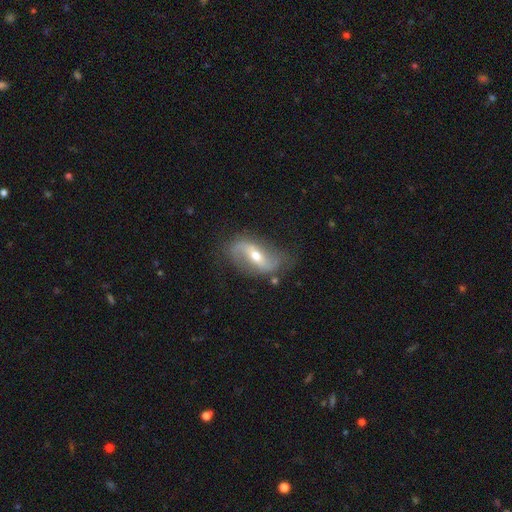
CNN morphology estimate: The model was most divided on "bar": weak: 39%, strong: 34%, no: 27%. More confident: edge-on disk — no (94%); spiral arms — yes (92%); spiral arm count — 2 (89%); smooth or featured — featured or disk (83%); merging — none (71%); spiral winding — loose (68%); bulge size — moderate (62%).